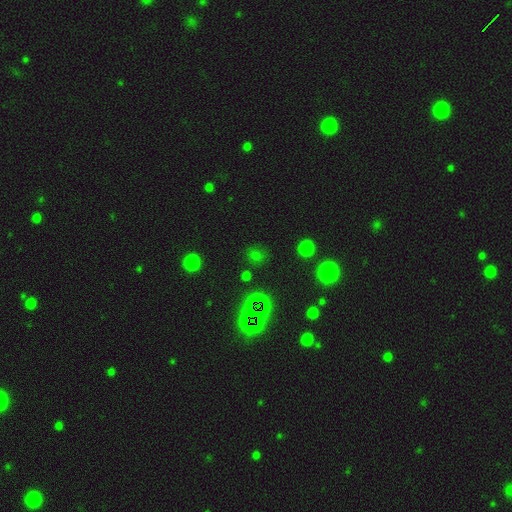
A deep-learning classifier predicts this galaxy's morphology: Smooth or featured? star or artifact (55%)